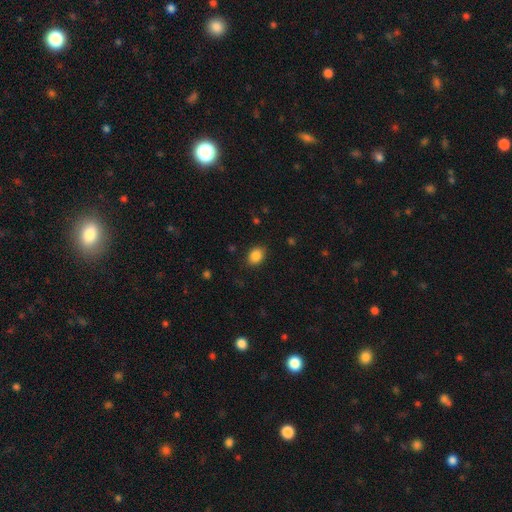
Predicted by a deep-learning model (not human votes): Smooth or featured: smooth — 87% (star or artifact — 9%)
How rounded: in between — 60% (round — 39%)
Merging: none — 86% (minor disturbance — 10%)